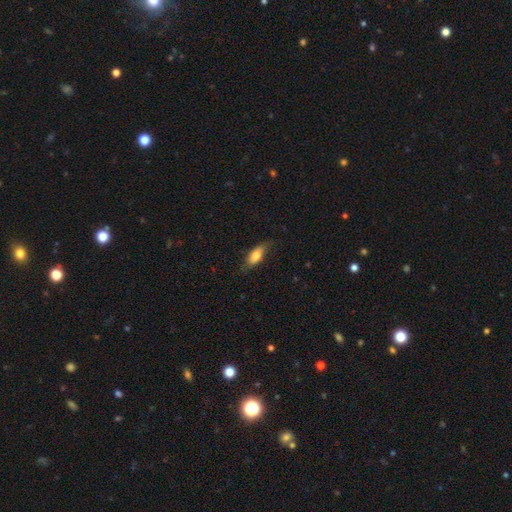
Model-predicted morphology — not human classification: Smooth or featured? Predicted: smooth (p=0.75). How rounded? Predicted: in between (p=0.76). Merging? Predicted: none (p=0.70).